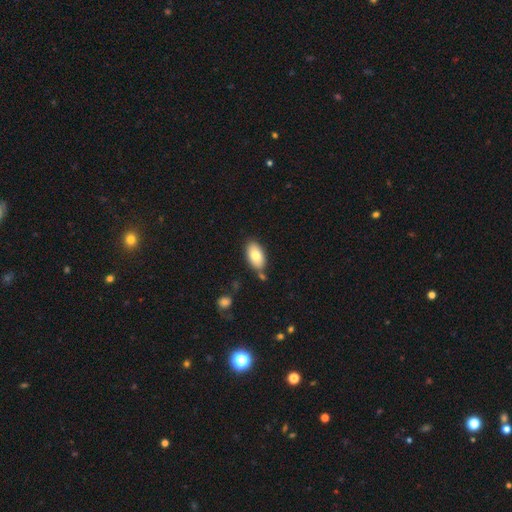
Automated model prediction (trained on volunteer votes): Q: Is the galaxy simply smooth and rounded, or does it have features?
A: smooth — 81%.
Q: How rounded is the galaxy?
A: in between — 94%.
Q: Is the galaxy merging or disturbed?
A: none — 76%.